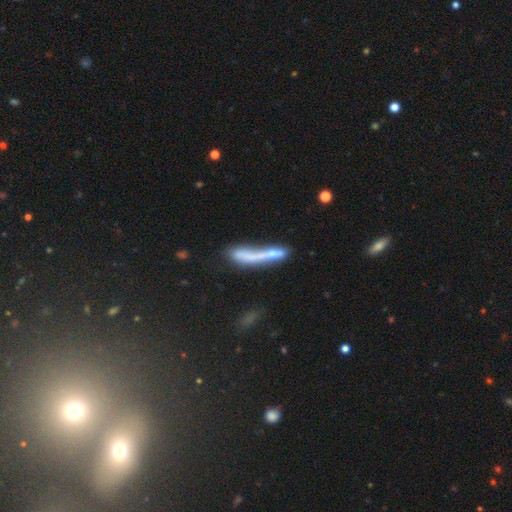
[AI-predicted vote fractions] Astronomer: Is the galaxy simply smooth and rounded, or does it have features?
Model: smooth — 52% (runner-up: featured or disk, 37%).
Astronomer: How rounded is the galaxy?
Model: cigar-shaped — 86%.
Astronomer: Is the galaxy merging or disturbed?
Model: merger — 35% (runner-up: none, 34%).